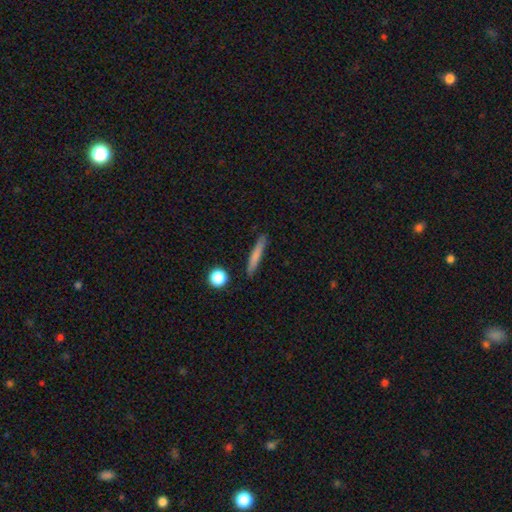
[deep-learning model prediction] smooth-or-featured: smooth: 74% | featured or disk: 19% | star or artifact: 7%
  how-rounded: cigar-shaped: 94% | in between: 4% | round: 2%
  merging: none: 87% | minor disturbance: 9% | major disturbance: 2% | merger: 2%